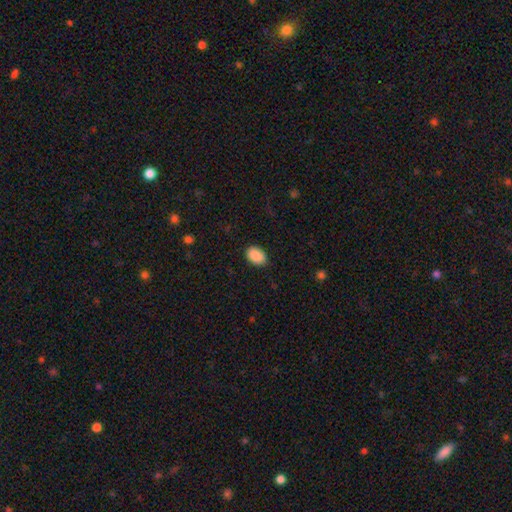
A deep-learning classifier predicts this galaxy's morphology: Smooth or featured?
  - smooth: 90% *
  - star or artifact: 7%
  - featured or disk: 3%
How rounded?
  - in between: 86% *
  - round: 13%
  - cigar-shaped: 1%
Merging?
  - none: 86% *
  - minor disturbance: 11%
  - major disturbance: 2%
  - merger: 1%